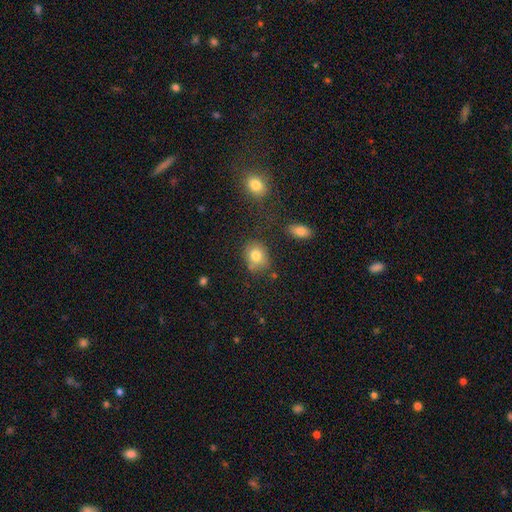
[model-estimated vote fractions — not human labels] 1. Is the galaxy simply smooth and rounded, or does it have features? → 80% smooth, 10% star or artifact, 10% featured or disk.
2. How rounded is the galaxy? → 56% round, 43% in between, 1% cigar-shaped.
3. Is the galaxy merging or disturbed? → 71% none, 17% minor disturbance, 7% merger, 5% major disturbance.